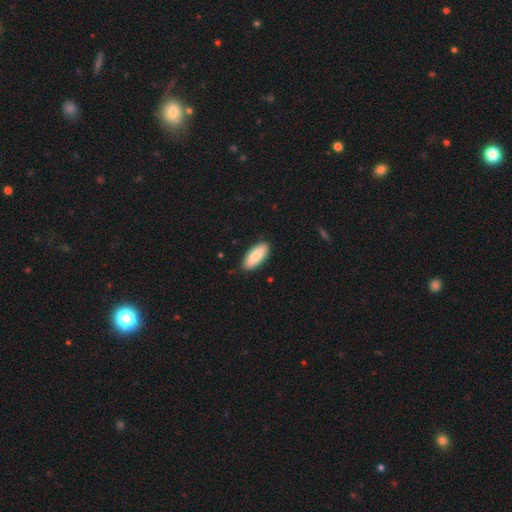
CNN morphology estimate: This is clearly a smooth galaxy (84%). How rounded: likely in between (79%). Merging: clearly none (89%).